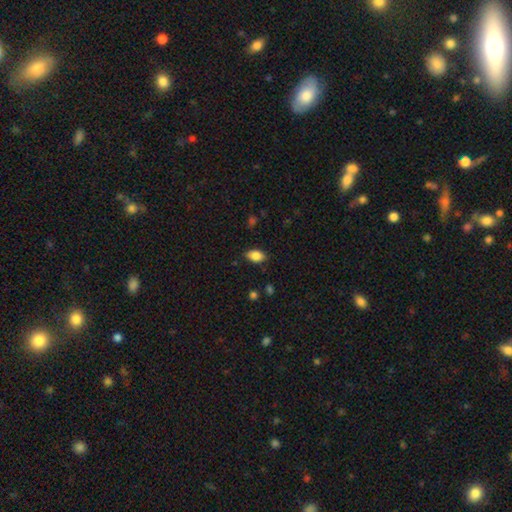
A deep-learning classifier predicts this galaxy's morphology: type=smooth (85%); roundness=in between (91%); merging=none (84%).